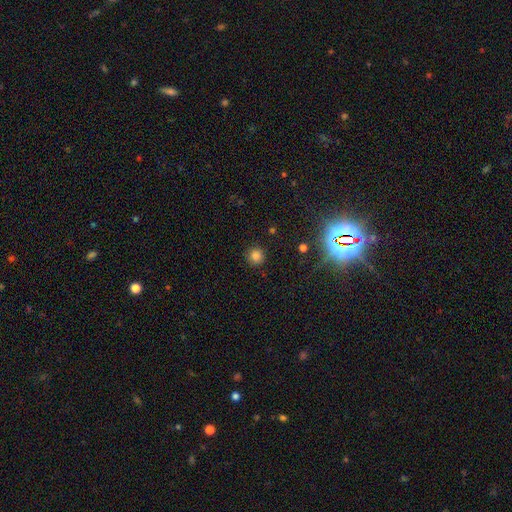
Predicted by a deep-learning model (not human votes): smooth_or_featured: smooth (p=0.80) [alt: star or artifact p=0.15]
how_rounded: round (p=0.94) [alt: in between p=0.05]
merging: none (p=0.90) [alt: minor disturbance p=0.07]